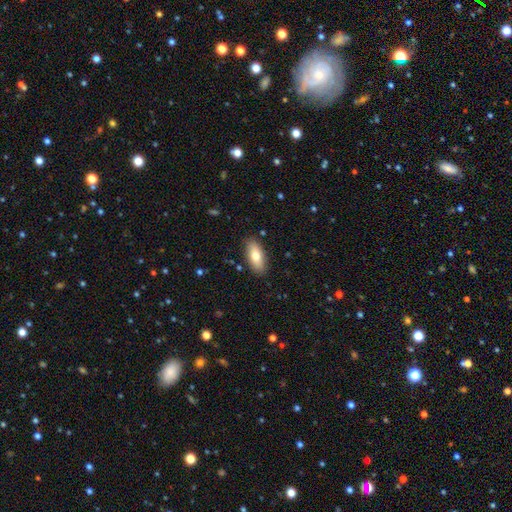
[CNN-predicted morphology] Smooth or featured? smooth (76%)
How rounded? in between (83%)
Merging? none (87%)